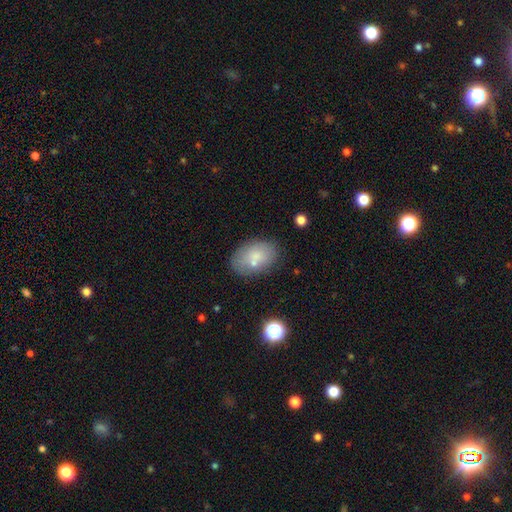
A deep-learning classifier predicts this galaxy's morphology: Overall: smooth (74%). How rounded: in between (88%). Merging: none (68%).